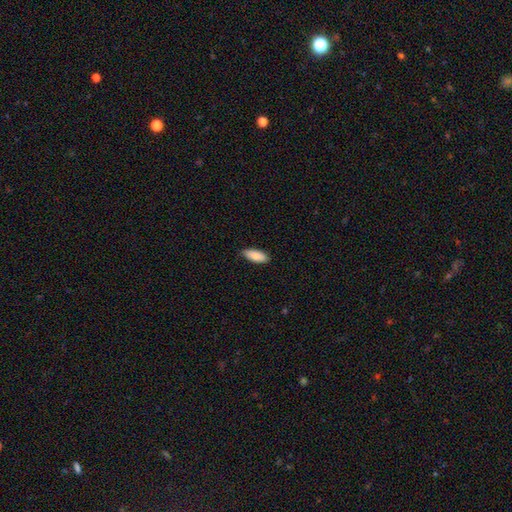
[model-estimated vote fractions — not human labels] Smooth or featured: smooth — 89% (star or artifact — 6%)
How rounded: in between — 81% (cigar-shaped — 17%)
Merging: none — 84% (minor disturbance — 13%)